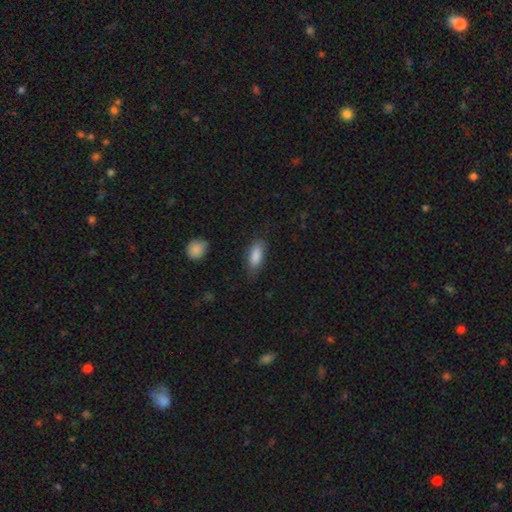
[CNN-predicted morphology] A smooth galaxy with no disk features (85%) that is in between round and cigar-shaped (76%). Merging: none (75%).